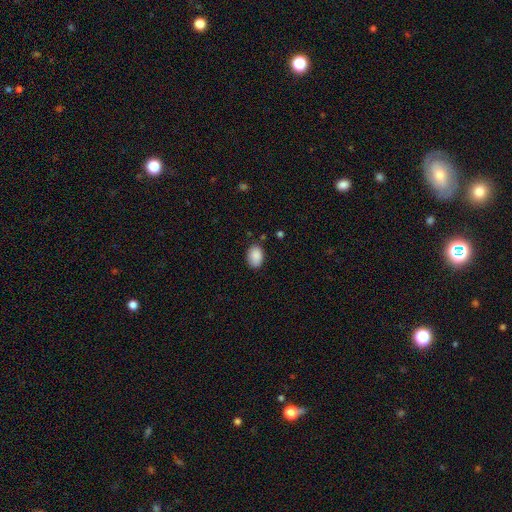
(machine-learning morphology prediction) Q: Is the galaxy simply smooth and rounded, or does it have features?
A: smooth — 89%.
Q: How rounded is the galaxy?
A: in between — 82%.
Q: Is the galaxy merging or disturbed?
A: none — 81%.